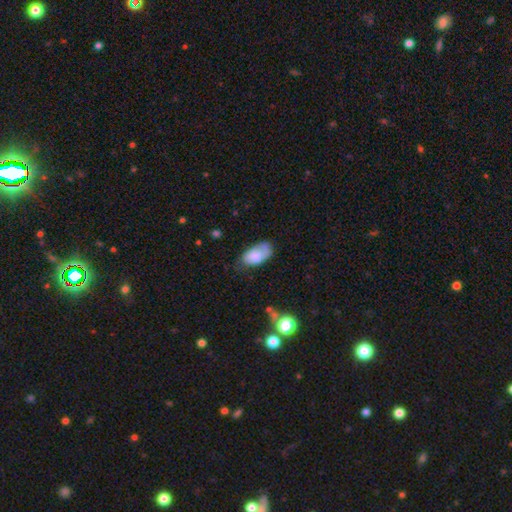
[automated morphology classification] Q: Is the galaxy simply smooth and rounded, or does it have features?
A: smooth — 74%.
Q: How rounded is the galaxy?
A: in between — 94%.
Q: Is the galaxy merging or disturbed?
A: none — 48%.